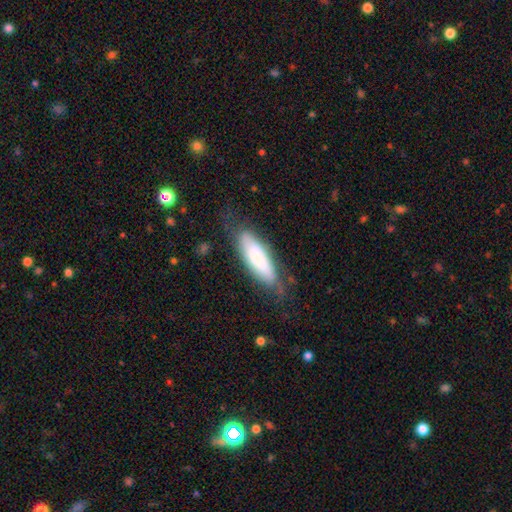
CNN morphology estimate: This is likely a smooth galaxy (62%). How rounded: possibly in between (54%). Merging: likely none (66%).